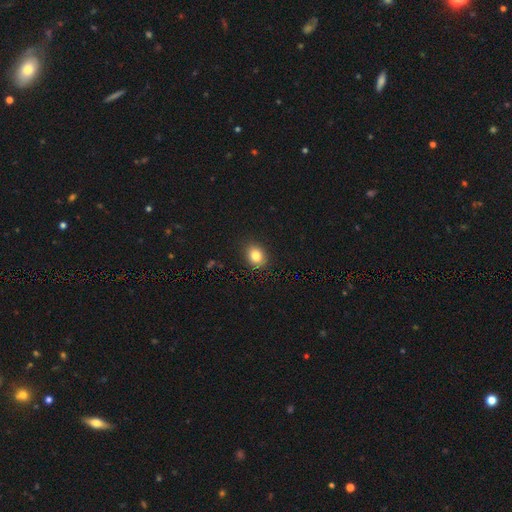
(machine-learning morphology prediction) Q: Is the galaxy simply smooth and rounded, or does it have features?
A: smooth — 83%.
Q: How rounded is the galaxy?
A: in between — 52%.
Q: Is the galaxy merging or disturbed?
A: none — 89%.